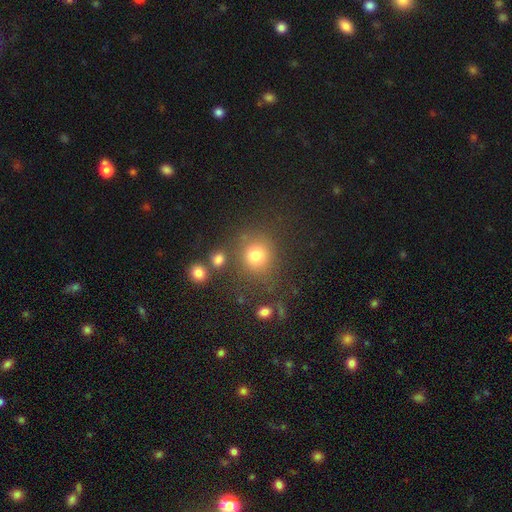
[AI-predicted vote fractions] Smooth or featured? smooth (78%)
How rounded? round (85%)
Merging? none (74%)